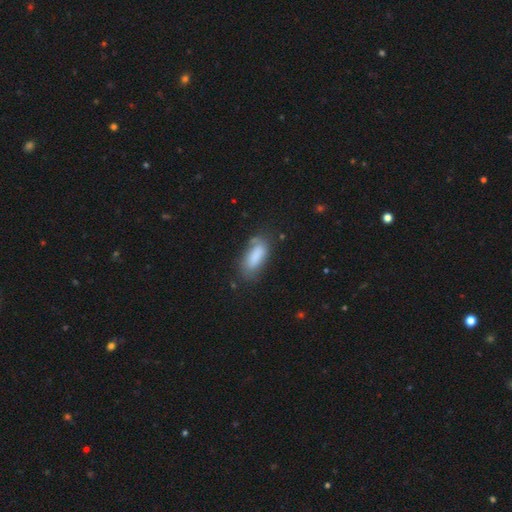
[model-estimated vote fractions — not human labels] Morphology: type=smooth (81%); roundness=in between (81%); merging=none (60%).